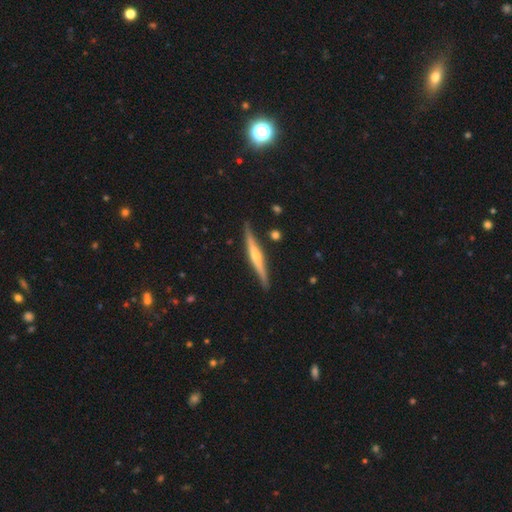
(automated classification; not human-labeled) Smooth or featured? featured or disk (68%)
Edge-on disk? yes (97%)
Edge-on bulge? rounded (70%)
Merging? none (87%)